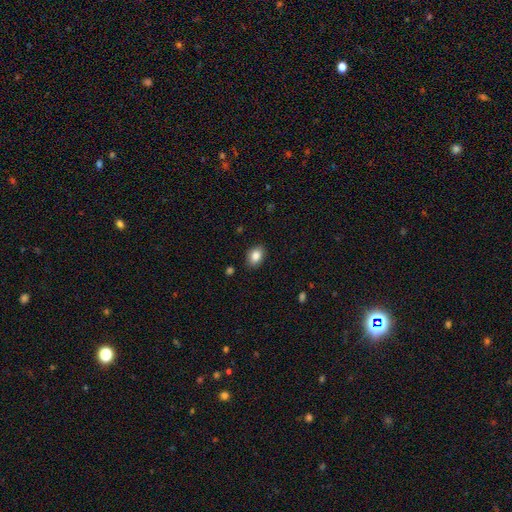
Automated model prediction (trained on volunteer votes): This is clearly a smooth galaxy (86%). How rounded: likely in between (78%). Merging: clearly none (87%).